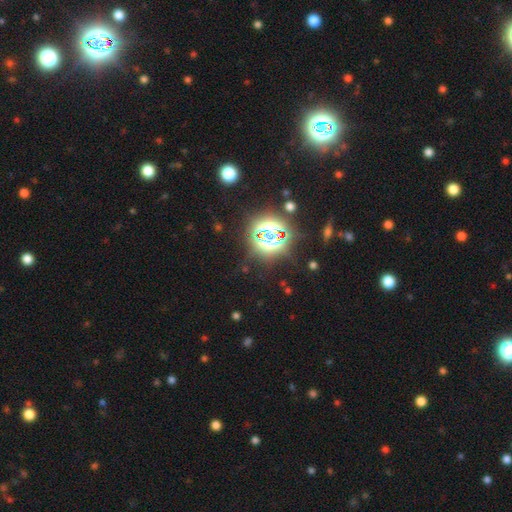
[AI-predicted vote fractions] star or artifact 81%, smooth 13%, featured or disk 6%.